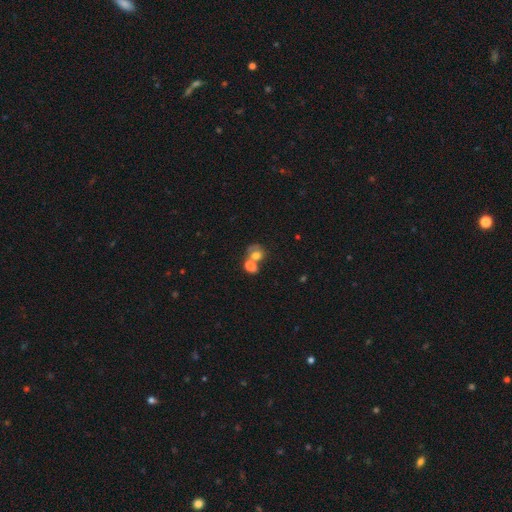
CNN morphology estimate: A smooth galaxy with no disk features (66%) that is round (58%).

Vote fractions:
- Smooth or featured? smooth: 66% / featured or disk: 23% / star or artifact: 12%
- How rounded? round: 58% / in between: 41% / cigar-shaped: 1%
- Merging? merger: 58% / none: 26% / minor disturbance: 9% / major disturbance: 7%